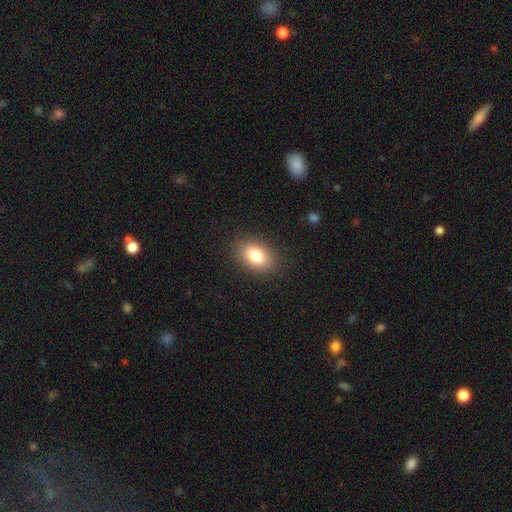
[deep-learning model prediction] smooth 80%, featured or disk 10%, star or artifact 10%. Down the decision tree: how rounded — in between (81%); merging — none (87%).